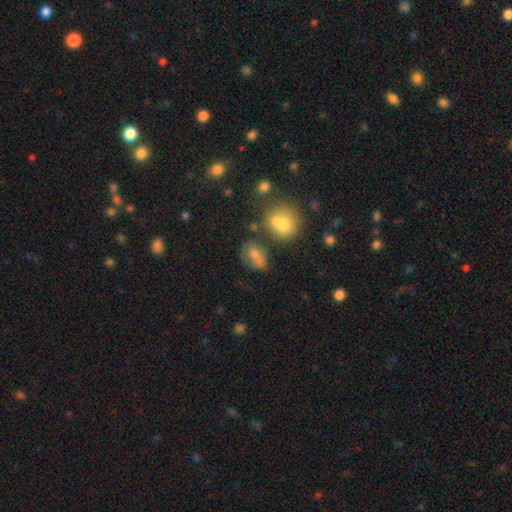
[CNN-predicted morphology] The model was most divided on "merging": none: 49%, minor disturbance: 22%, merger: 17%, major disturbance: 12%. More confident: how rounded — in between (74%); smooth or featured — smooth (70%).